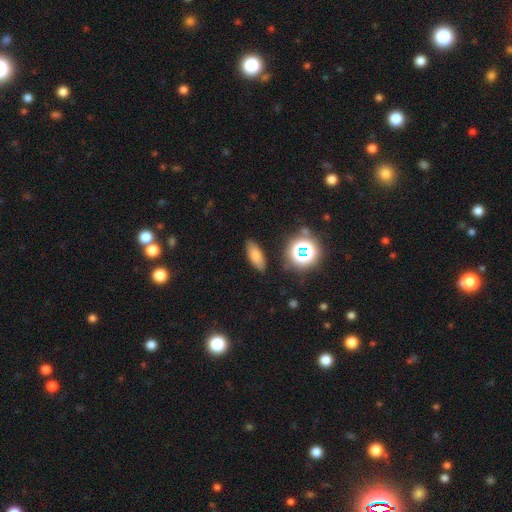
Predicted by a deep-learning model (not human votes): smooth-or-featured: smooth: 74% | star or artifact: 16% | featured or disk: 10%
  how-rounded: in between: 78% | cigar-shaped: 17% | round: 6%
  merging: none: 84% | minor disturbance: 11% | major disturbance: 3% | merger: 2%